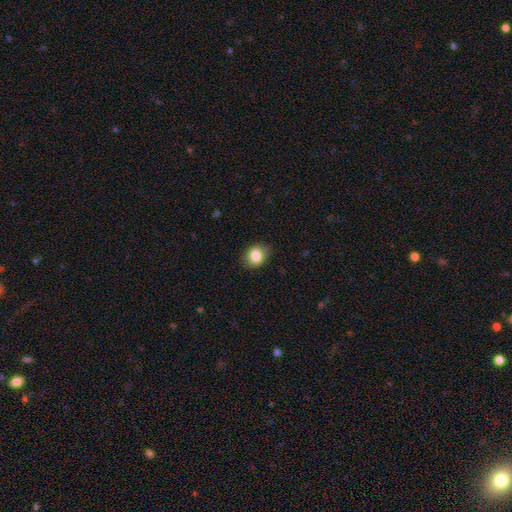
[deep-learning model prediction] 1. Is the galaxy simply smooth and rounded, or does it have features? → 83% smooth, 9% star or artifact, 8% featured or disk.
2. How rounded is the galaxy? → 50% round, 49% in between, 1% cigar-shaped.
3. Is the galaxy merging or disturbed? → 83% none, 13% minor disturbance, 3% major disturbance, 1% merger.